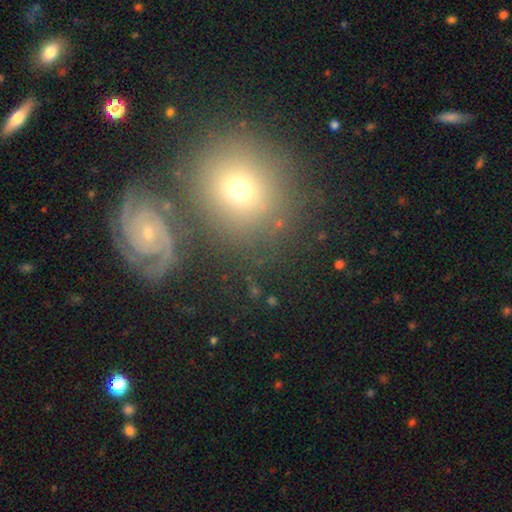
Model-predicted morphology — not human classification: type=featured or disk (47%); merging=none (73%).